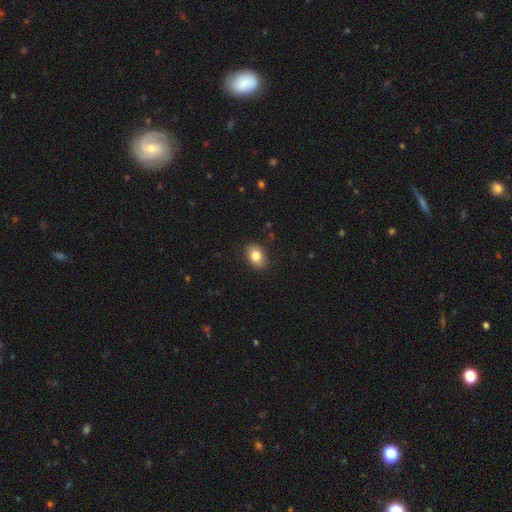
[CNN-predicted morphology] This appears to be a smooth galaxy with no disk features (83%) that is in between round and cigar-shaped (77%). Merging: none (87%).